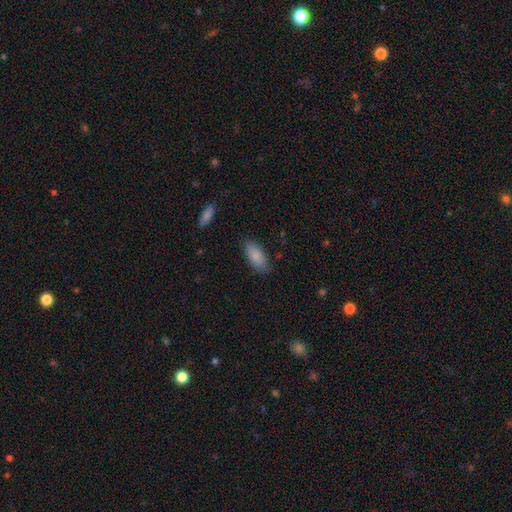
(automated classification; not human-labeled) A smooth galaxy with no disk features (86%) that is in between round and cigar-shaped (87%). Merging: none (82%).